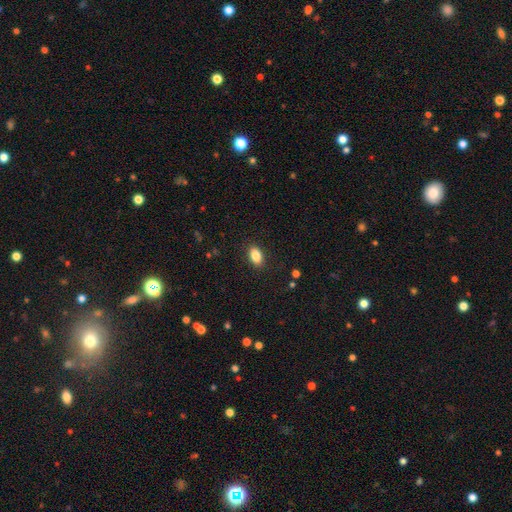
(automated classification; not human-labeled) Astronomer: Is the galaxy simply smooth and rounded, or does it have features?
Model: smooth — 85%.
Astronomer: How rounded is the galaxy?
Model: in between — 89%.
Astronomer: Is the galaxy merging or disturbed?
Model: none — 88%.